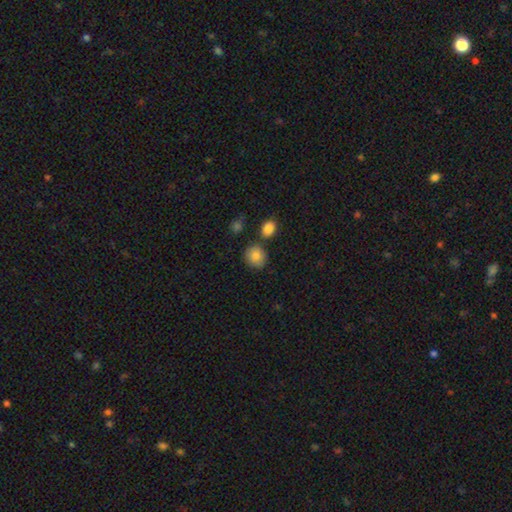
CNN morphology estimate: Smooth or featured: smooth — 84% (star or artifact — 9%)
How rounded: round — 81% (in between — 18%)
Merging: none — 77% (minor disturbance — 11%)